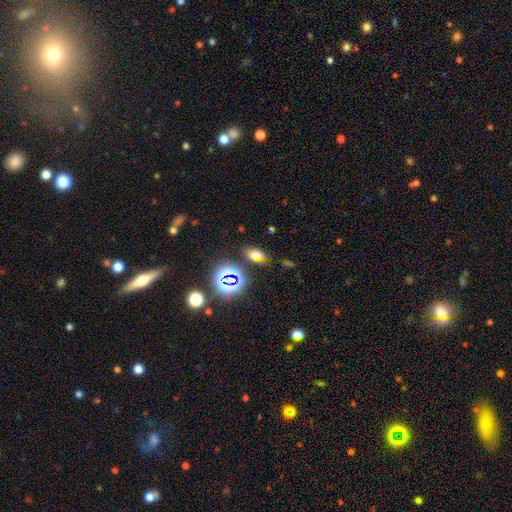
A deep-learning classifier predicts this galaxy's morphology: A smooth galaxy with no disk features (59%) that is in between round and cigar-shaped (82%).

Vote fractions:
- Smooth or featured? smooth: 59% / star or artifact: 29% / featured or disk: 12%
- How rounded? in between: 82% / round: 12% / cigar-shaped: 6%
- Merging? none: 77% / minor disturbance: 14% / merger: 5% / major disturbance: 5%